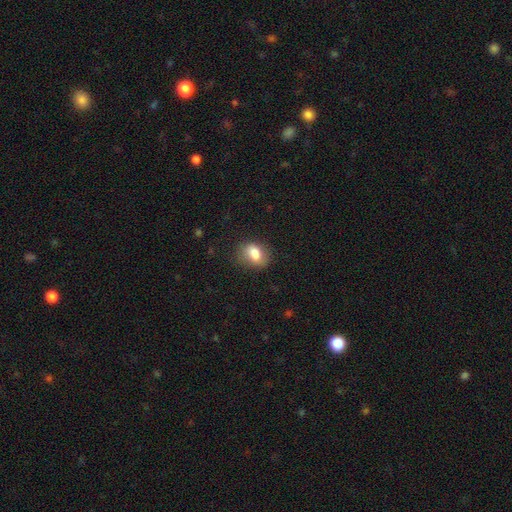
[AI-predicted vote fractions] smooth 80%, featured or disk 11%, star or artifact 9%. Down the decision tree: how rounded — in between (73%); merging — none (71%).